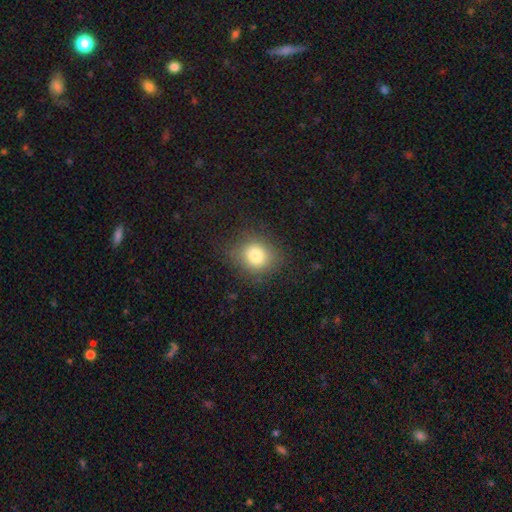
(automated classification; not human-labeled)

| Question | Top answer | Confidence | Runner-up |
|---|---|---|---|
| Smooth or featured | smooth | 78% | star or artifact (12%) |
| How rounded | round | 75% | in between (24%) |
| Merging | none | 82% | minor disturbance (12%) |